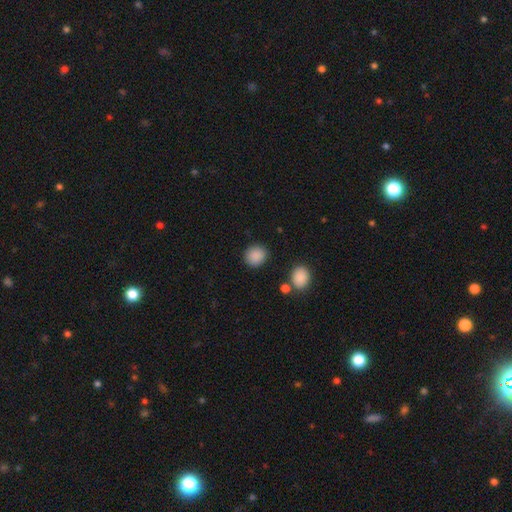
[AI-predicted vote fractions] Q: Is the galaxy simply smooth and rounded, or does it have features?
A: smooth — 88%.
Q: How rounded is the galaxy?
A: round — 83%.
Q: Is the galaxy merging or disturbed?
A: none — 85%.